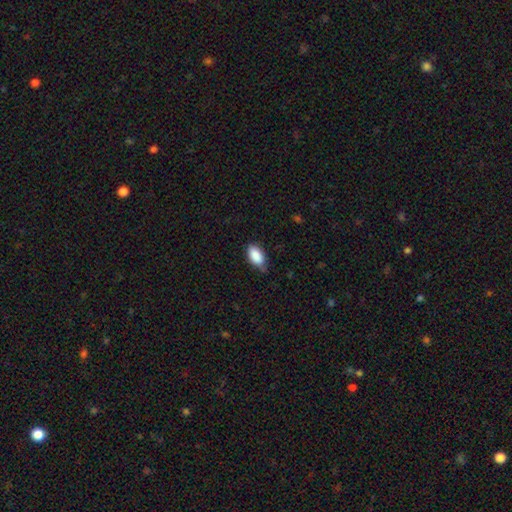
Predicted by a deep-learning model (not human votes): A smooth galaxy with no disk features (89%) that is in between round and cigar-shaped (94%). Merging: none (73%).